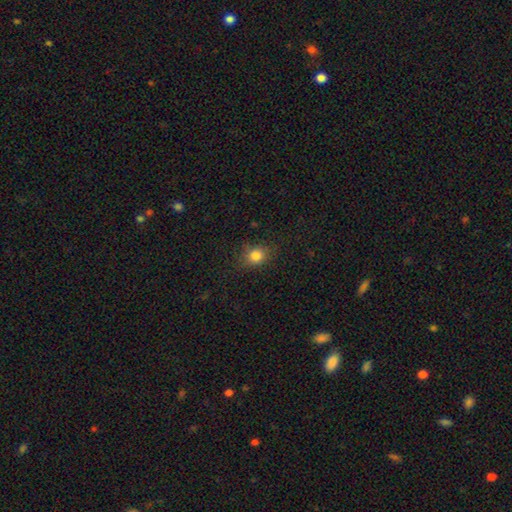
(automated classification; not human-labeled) Smooth or featured? Predicted: smooth (p=0.83). How rounded? Predicted: round (p=0.67). Merging? Predicted: none (p=0.81).